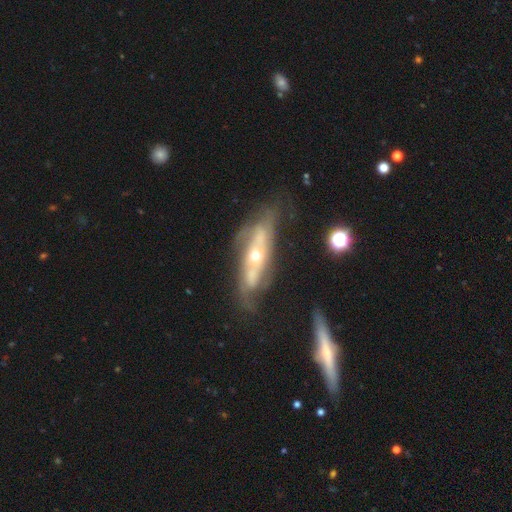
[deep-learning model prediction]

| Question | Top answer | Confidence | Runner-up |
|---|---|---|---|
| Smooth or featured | featured or disk | 80% | smooth (14%) |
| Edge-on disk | no | 75% | yes (25%) |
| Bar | no | 64% | weak (22%) |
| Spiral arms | yes | 77% | no (23%) |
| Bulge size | moderate | 50% | small (45%) |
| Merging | none | 55% | minor disturbance (22%) |